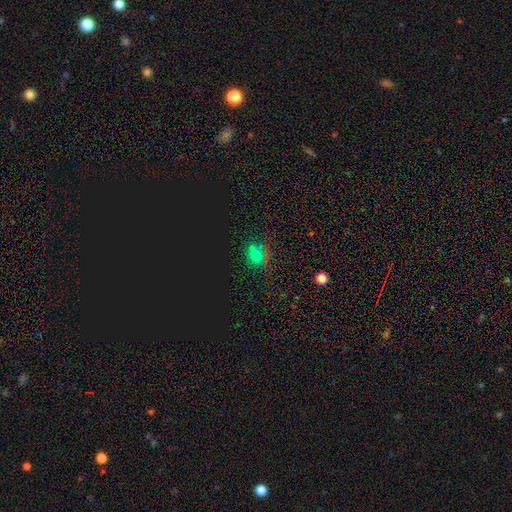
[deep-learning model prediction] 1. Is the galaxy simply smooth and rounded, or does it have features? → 48% smooth, 42% star or artifact, 10% featured or disk.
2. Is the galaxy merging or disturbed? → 68% none, 14% minor disturbance, 12% merger, 7% major disturbance.